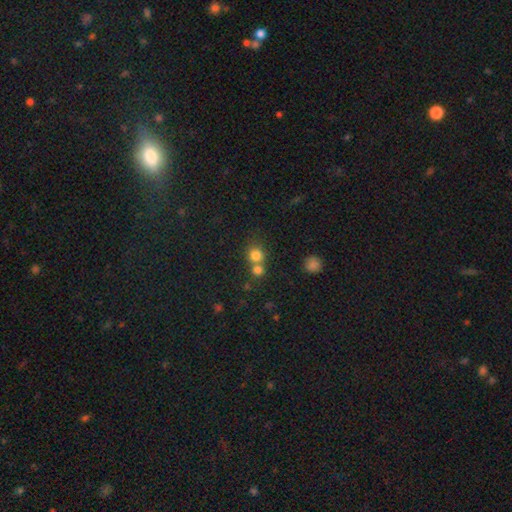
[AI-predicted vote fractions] Smooth or featured: smooth — 79% (star or artifact — 14%)
How rounded: round — 87% (in between — 12%)
Merging: none — 48% (merger — 43%)